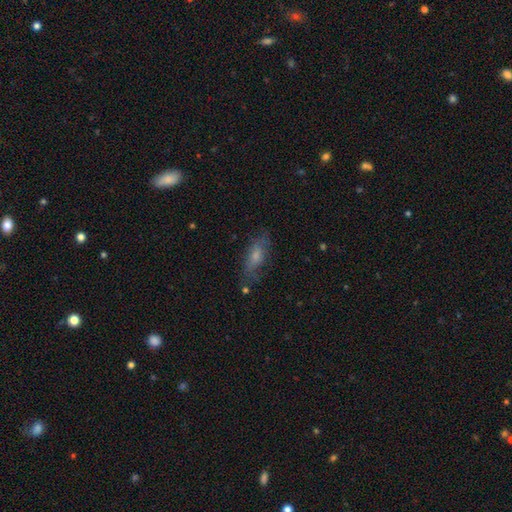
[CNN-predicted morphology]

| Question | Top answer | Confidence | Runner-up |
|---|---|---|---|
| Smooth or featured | smooth | 43% | featured or disk (42%) |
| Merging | none | 72% | minor disturbance (19%) |